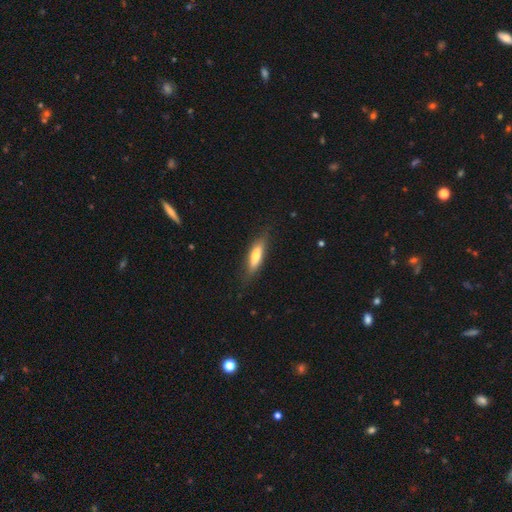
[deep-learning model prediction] smooth 64%, featured or disk 30%, star or artifact 6%. Down the decision tree: how rounded — cigar-shaped (62%); merging — none (80%).